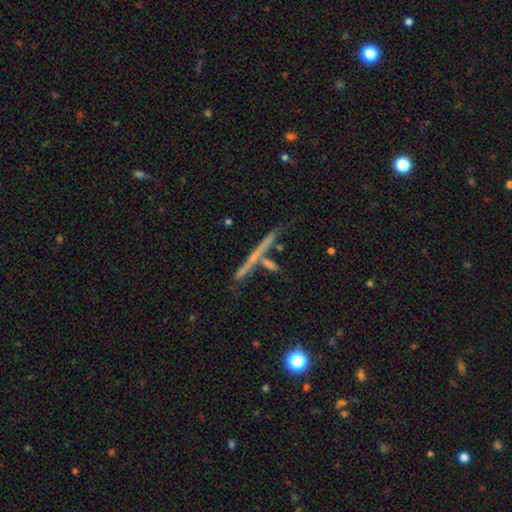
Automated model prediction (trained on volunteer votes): Q: Smooth or featured?
A: featured or disk (57%); runner-up: smooth (34%)
Q: Edge-on disk?
A: yes (96%); runner-up: no (4%)
Q: Edge-on bulge?
A: none (86%); runner-up: rounded (10%)
Q: Merging?
A: none (77%); runner-up: minor disturbance (10%)